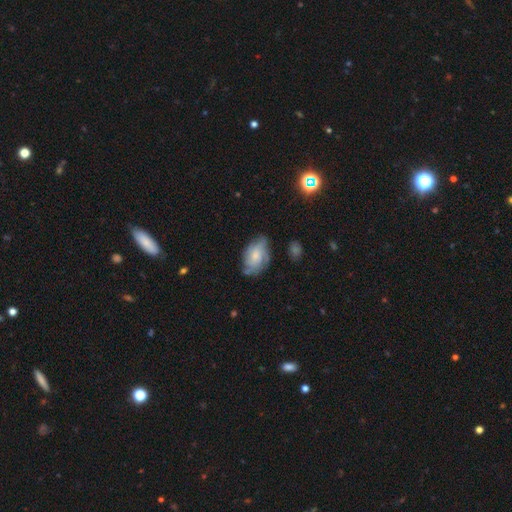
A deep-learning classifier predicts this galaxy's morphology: featured or disk 52%, smooth 40%, star or artifact 8%. Down the decision tree: edge-on disk — no (96%); merging — none (60%).